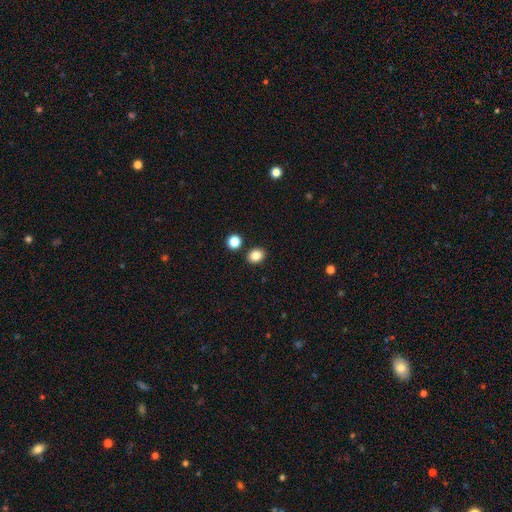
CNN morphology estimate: Q: Smooth or featured?
A: smooth (85%); runner-up: star or artifact (10%)
Q: How rounded?
A: round (54%); runner-up: in between (45%)
Q: Merging?
A: none (87%); runner-up: minor disturbance (7%)